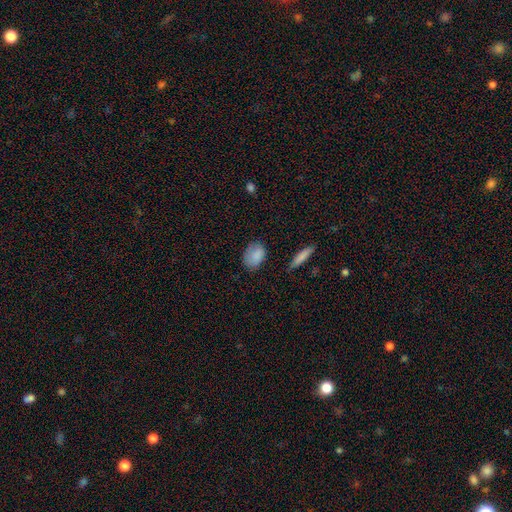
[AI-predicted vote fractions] A smooth galaxy with no disk features (85%) that is in between round and cigar-shaped (78%).

Vote fractions:
- Smooth or featured? smooth: 85% / star or artifact: 8% / featured or disk: 7%
- How rounded? in between: 78% / round: 20% / cigar-shaped: 2%
- Merging? none: 69% / minor disturbance: 23% / major disturbance: 5% / merger: 2%